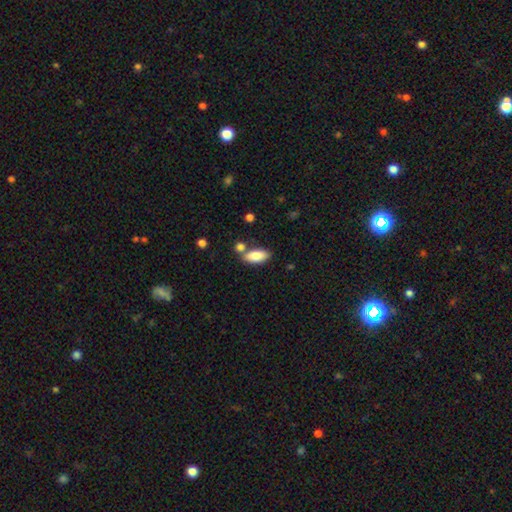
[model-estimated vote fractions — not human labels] smooth_or_featured: smooth (p=0.84) [alt: featured or disk p=0.10]
how_rounded: in between (p=0.84) [alt: cigar-shaped p=0.14]
merging: none (p=0.69) [alt: merger p=0.15]